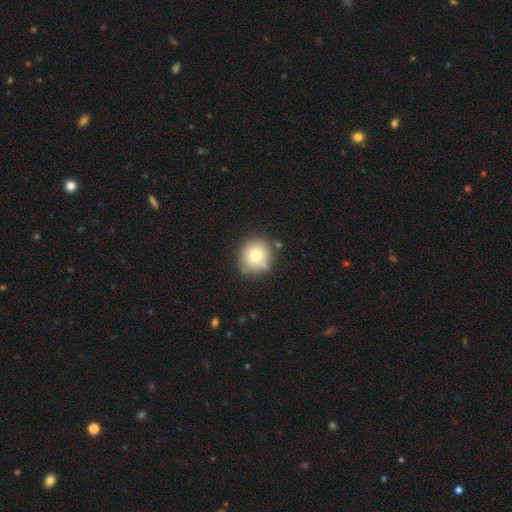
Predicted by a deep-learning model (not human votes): smooth-or-featured: smooth: 75% | featured or disk: 14% | star or artifact: 11%
  how-rounded: round: 88% | in between: 11% | cigar-shaped: 1%
  merging: none: 74% | minor disturbance: 16% | merger: 6% | major disturbance: 4%